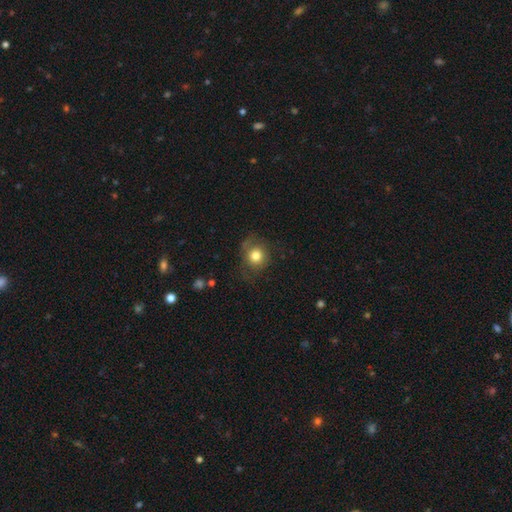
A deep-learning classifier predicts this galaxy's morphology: Smooth or featured: smooth — 78% (featured or disk — 12%)
How rounded: round — 78% (in between — 21%)
Merging: none — 65% (minor disturbance — 22%)